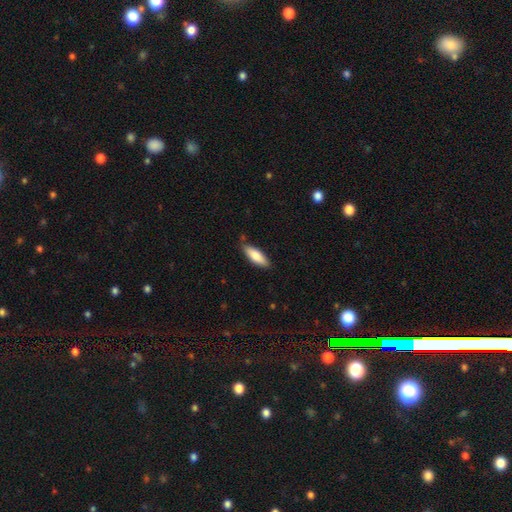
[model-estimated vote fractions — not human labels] Morphology: type=smooth (80%); roundness=in between (61%); merging=none (79%).